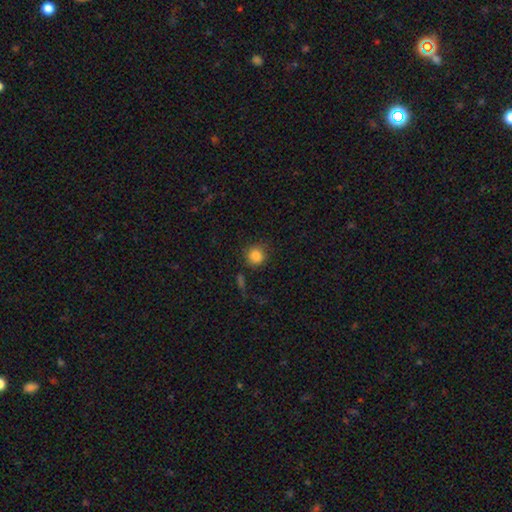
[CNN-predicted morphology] type=smooth (85%); roundness=round (91%); merging=none (82%).